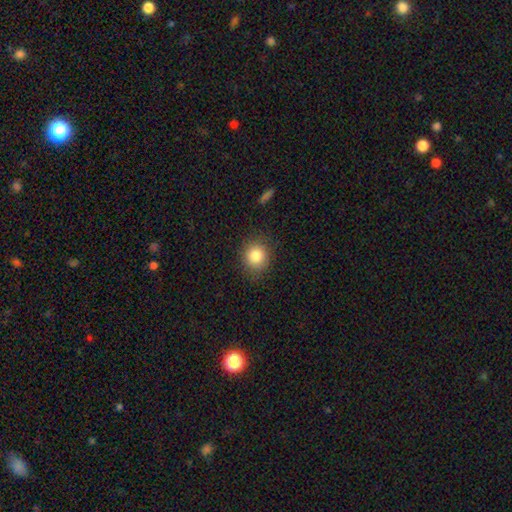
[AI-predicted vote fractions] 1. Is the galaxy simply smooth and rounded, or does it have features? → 84% smooth, 10% star or artifact, 7% featured or disk.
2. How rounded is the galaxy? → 78% round, 21% in between, 1% cigar-shaped.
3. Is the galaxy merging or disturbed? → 84% none, 12% minor disturbance, 3% major disturbance, 1% merger.